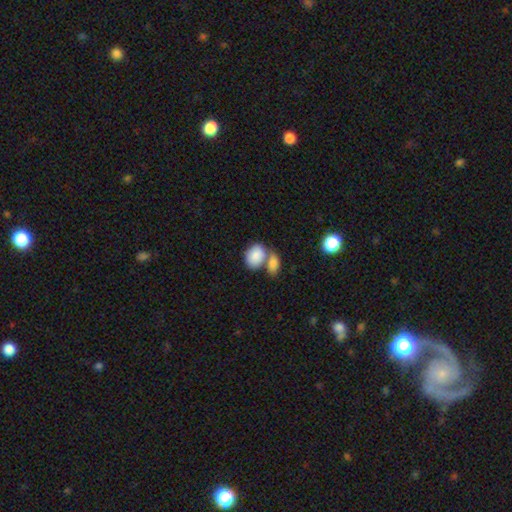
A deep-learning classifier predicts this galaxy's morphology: This is clearly a smooth galaxy (86%). How rounded: likely in between (74%). Merging: possibly merger (53%).